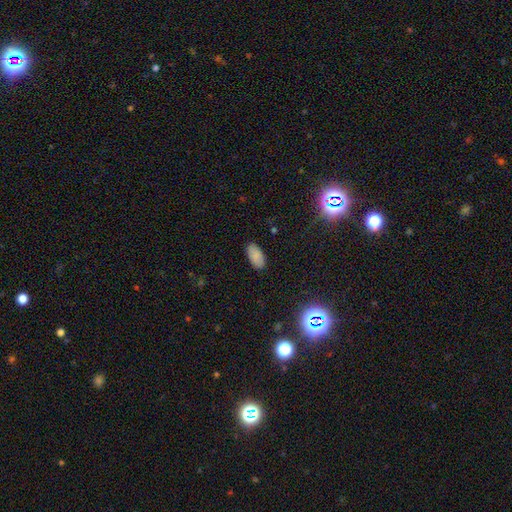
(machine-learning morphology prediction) Q: Smooth or featured?
A: smooth (84%); runner-up: star or artifact (10%)
Q: How rounded?
A: in between (95%); runner-up: cigar-shaped (3%)
Q: Merging?
A: none (88%); runner-up: minor disturbance (9%)